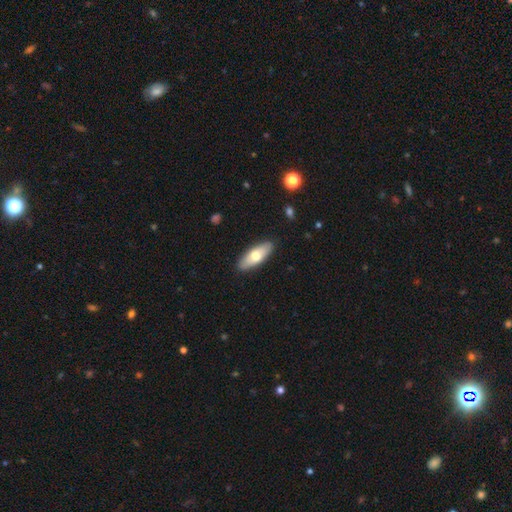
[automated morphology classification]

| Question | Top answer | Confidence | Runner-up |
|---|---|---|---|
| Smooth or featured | smooth | 66% | featured or disk (29%) |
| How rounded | in between | 70% | cigar-shaped (27%) |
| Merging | none | 89% | minor disturbance (8%) |